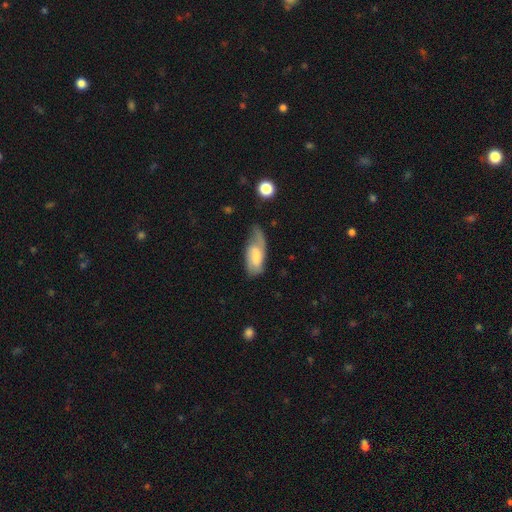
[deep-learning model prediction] Q: Smooth or featured?
A: smooth (52%); runner-up: featured or disk (42%)
Q: How rounded?
A: in between (84%); runner-up: cigar-shaped (14%)
Q: Merging?
A: none (38%); runner-up: minor disturbance (37%)